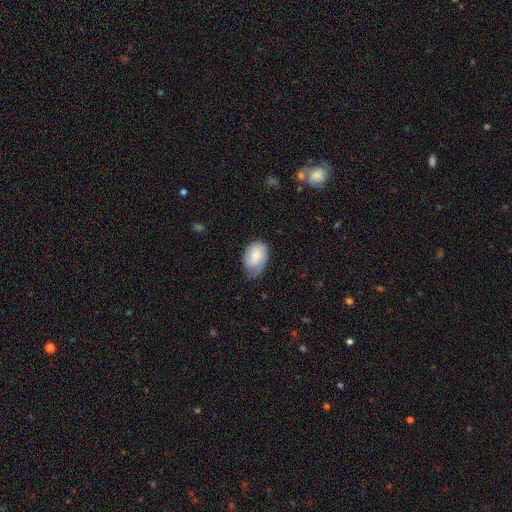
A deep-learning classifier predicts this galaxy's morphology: Overall: smooth (74%). How rounded: in between (85%). Merging: none (52%; minor disturbance 37%).